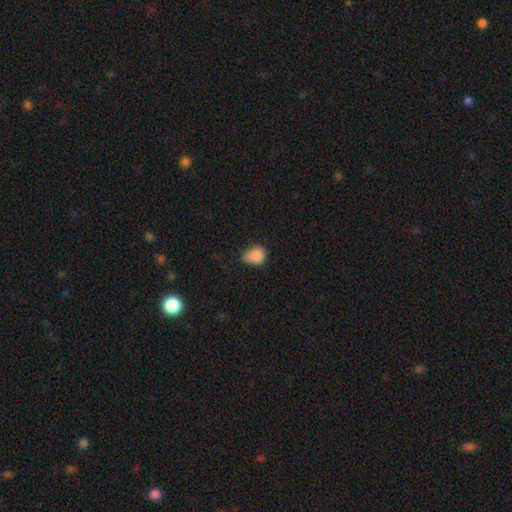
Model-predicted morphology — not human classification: This appears to be a smooth galaxy with no disk features (84%) that is round (52%). Merging: minor disturbance (43%).